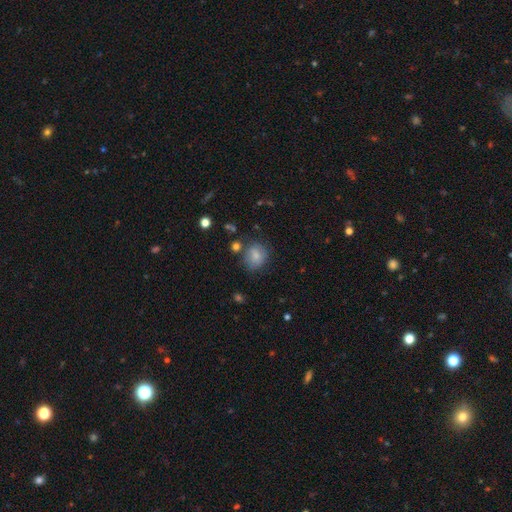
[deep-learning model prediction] Smooth or featured?
  - smooth: 79% *
  - featured or disk: 11%
  - star or artifact: 10%
How rounded?
  - round: 69% *
  - in between: 30%
  - cigar-shaped: 1%
Merging?
  - none: 72% *
  - minor disturbance: 17%
  - major disturbance: 6%
  - merger: 5%